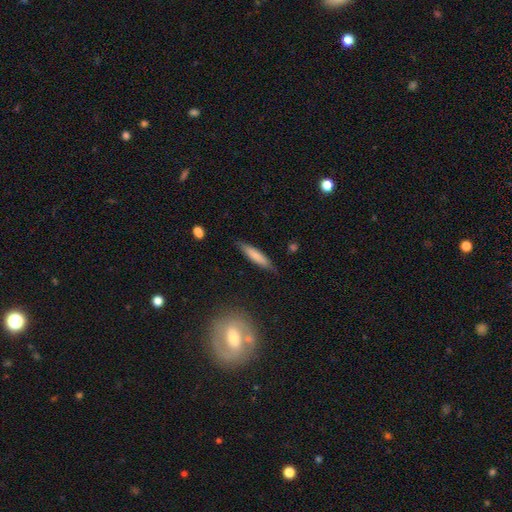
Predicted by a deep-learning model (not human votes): This is likely a smooth galaxy (75%). How rounded: clearly cigar-shaped (84%). Merging: clearly none (83%).